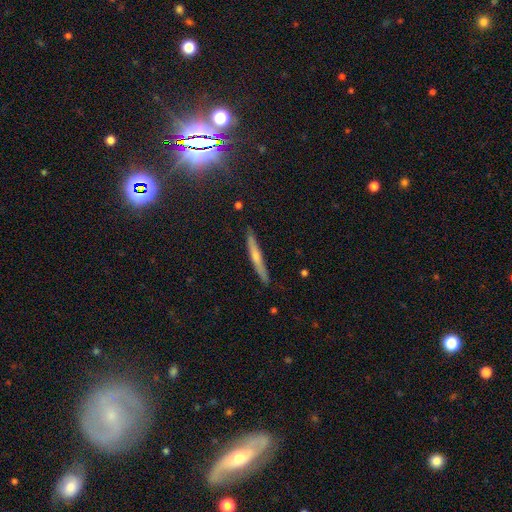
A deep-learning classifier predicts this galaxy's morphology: featured or disk 51%, star or artifact 26%, smooth 23%. Down the decision tree: edge-on disk — yes (90%); merging — none (83%).